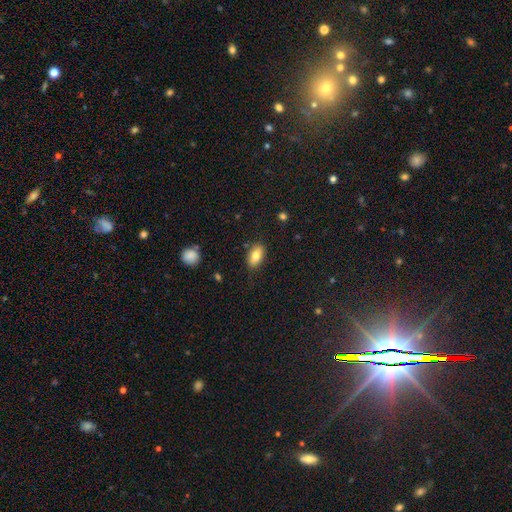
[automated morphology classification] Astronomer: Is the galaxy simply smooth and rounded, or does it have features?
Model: smooth — 80%.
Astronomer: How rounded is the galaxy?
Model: in between — 90%.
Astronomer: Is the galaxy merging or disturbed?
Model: none — 79%.